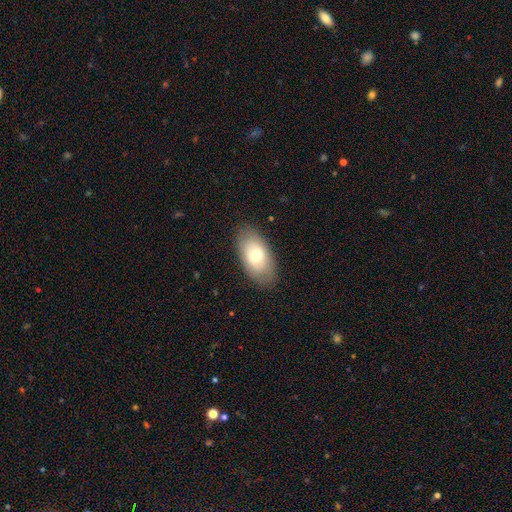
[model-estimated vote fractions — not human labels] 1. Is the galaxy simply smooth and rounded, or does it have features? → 64% smooth, 29% featured or disk, 7% star or artifact.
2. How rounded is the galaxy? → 92% in between, 6% round, 2% cigar-shaped.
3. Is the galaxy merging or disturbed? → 84% none, 12% minor disturbance, 4% major disturbance, 1% merger.